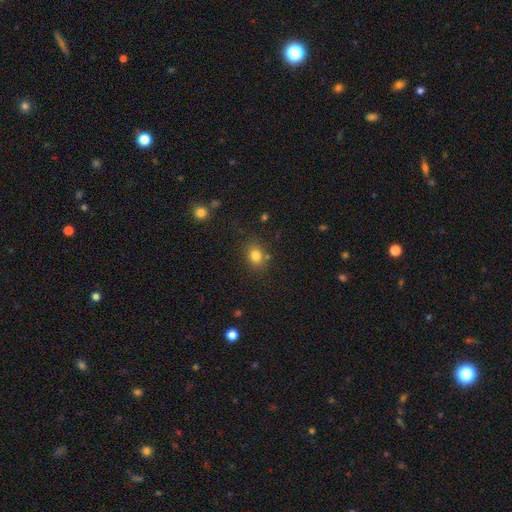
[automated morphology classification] A smooth galaxy with no disk features (81%) that is round (53%).

Vote fractions:
- Smooth or featured? smooth: 81% / star or artifact: 12% / featured or disk: 7%
- How rounded? round: 53% / in between: 46% / cigar-shaped: 1%
- Merging? none: 78% / minor disturbance: 13% / merger: 6% / major disturbance: 4%